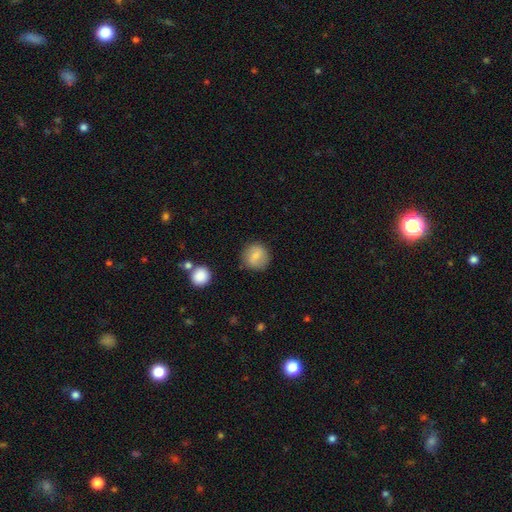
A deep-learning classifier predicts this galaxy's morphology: This appears to be a smooth galaxy with no disk features (72%) that is round (90%). Merging: none (85%).